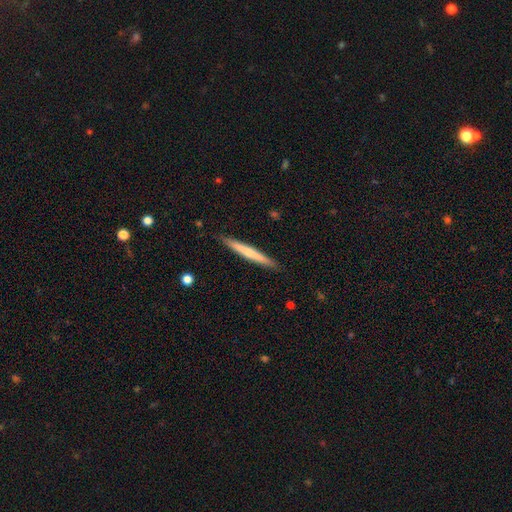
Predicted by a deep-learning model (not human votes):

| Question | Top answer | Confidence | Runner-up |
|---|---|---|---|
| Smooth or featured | smooth | 56% | featured or disk (39%) |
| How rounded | cigar-shaped | 97% | in between (2%) |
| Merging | none | 90% | minor disturbance (7%) |